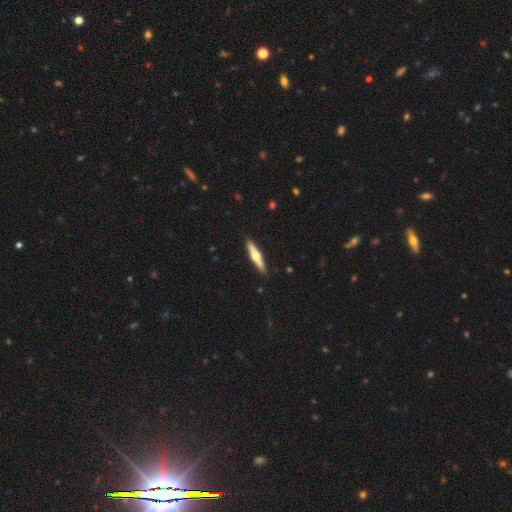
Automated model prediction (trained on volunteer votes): Smooth or featured?
  - featured or disk: 61% *
  - smooth: 34%
  - star or artifact: 5%
Edge-on disk?
  - yes: 96% *
  - no: 4%
Edge-on bulge?
  - rounded: 94% *
  - none: 4%
  - boxy: 2%
Merging?
  - none: 91% *
  - minor disturbance: 7%
  - major disturbance: 1%
  - merger: 1%